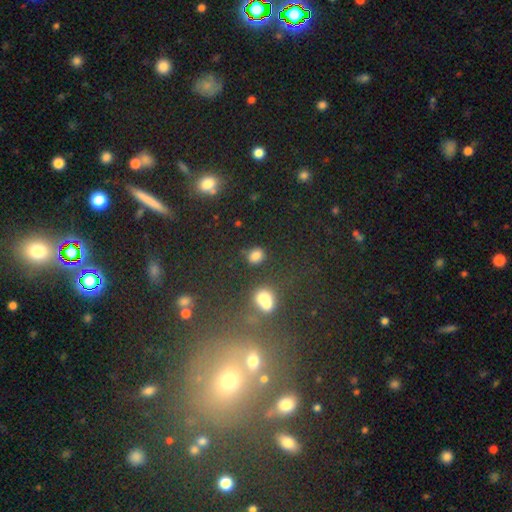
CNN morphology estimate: Smooth or featured?
  - smooth: 78% *
  - star or artifact: 16%
  - featured or disk: 6%
How rounded?
  - round: 55% *
  - in between: 44%
  - cigar-shaped: 1%
Merging?
  - none: 75% *
  - minor disturbance: 13%
  - merger: 8%
  - major disturbance: 5%